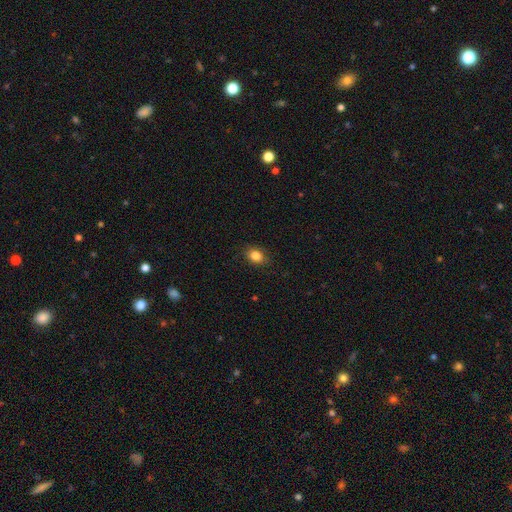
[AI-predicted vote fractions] smooth_or_featured: smooth (p=0.84) [alt: star or artifact p=0.10]
how_rounded: in between (p=0.57) [alt: round p=0.42]
merging: none (p=0.86) [alt: minor disturbance p=0.11]